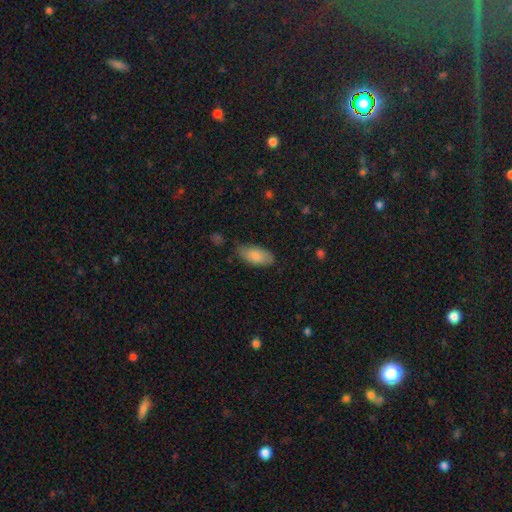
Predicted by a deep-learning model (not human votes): Smooth or featured?
  - smooth: 83% *
  - featured or disk: 11%
  - star or artifact: 6%
How rounded?
  - in between: 90% *
  - cigar-shaped: 8%
  - round: 2%
Merging?
  - none: 71% *
  - minor disturbance: 23%
  - major disturbance: 4%
  - merger: 2%